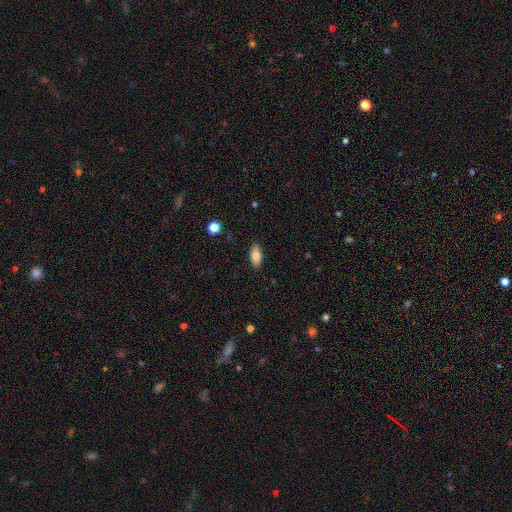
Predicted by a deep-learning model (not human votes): This is clearly a smooth galaxy (83%). How rounded: clearly in between (87%). Merging: clearly none (88%).